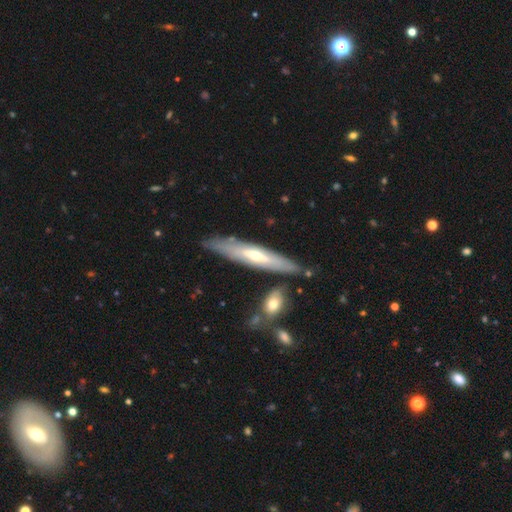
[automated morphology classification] featured or disk 64%, smooth 31%, star or artifact 5%. Down the decision tree: edge-on disk — yes (72%); merging — none (79%).